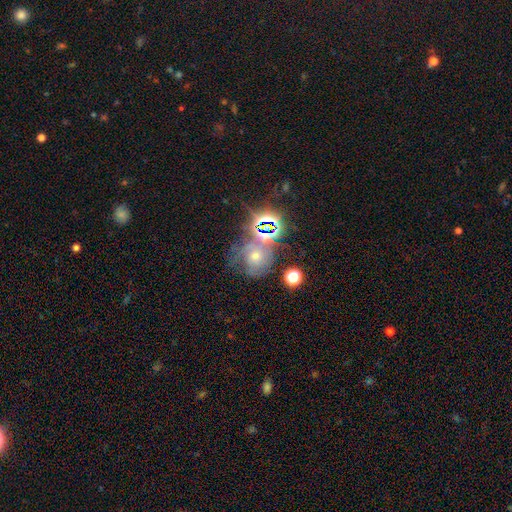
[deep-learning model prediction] The model was most divided on "smooth or featured": star or artifact: 44%, featured or disk: 34%, smooth: 22%.